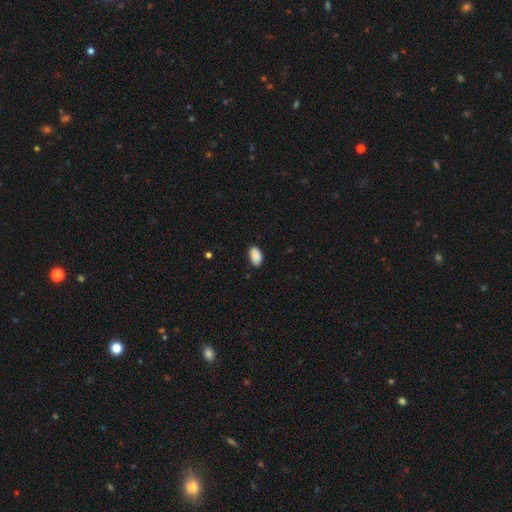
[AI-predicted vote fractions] smooth 90%, star or artifact 7%, featured or disk 3%. Down the decision tree: how rounded — in between (93%); merging — none (81%).